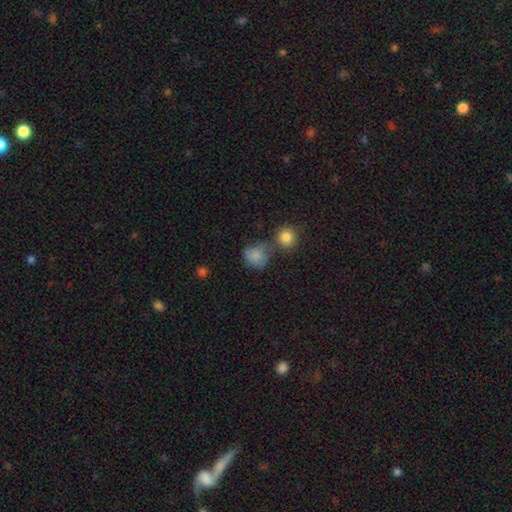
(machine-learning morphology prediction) smooth 80%, star or artifact 10%, featured or disk 10%. Down the decision tree: how rounded — round (75%); merging — none (45%).